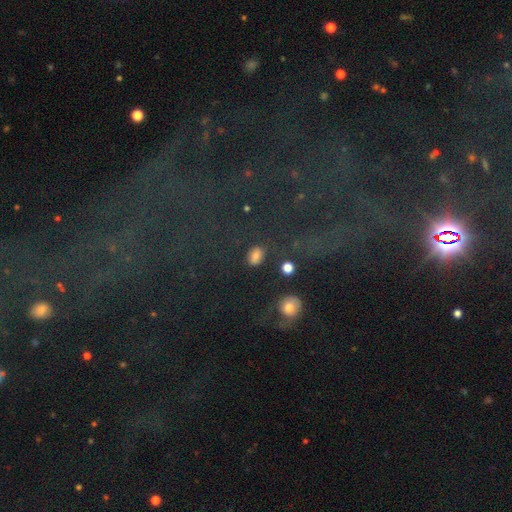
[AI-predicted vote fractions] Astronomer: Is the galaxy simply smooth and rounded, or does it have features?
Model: smooth — 71%.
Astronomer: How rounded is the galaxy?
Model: in between — 73%.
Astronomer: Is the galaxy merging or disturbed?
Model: none — 74%.